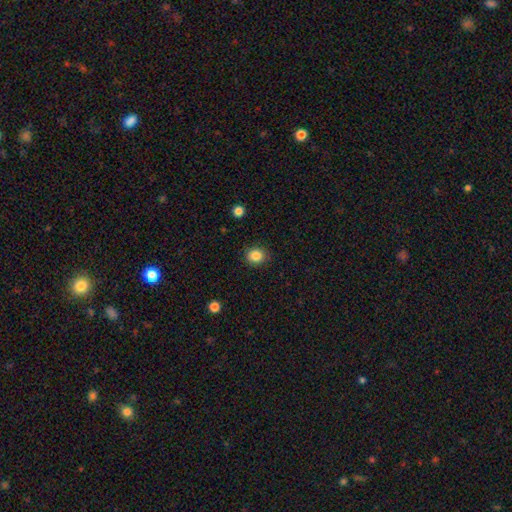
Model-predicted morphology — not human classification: Smooth or featured?
  - smooth: 86% *
  - star or artifact: 10%
  - featured or disk: 4%
How rounded?
  - round: 78% *
  - in between: 21%
  - cigar-shaped: 1%
Merging?
  - none: 88% *
  - minor disturbance: 8%
  - major disturbance: 2%
  - merger: 1%